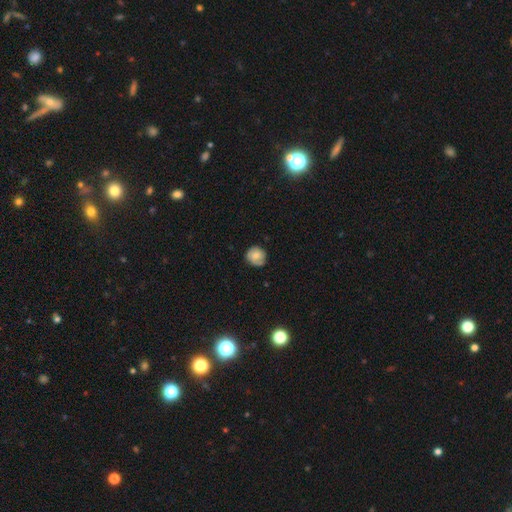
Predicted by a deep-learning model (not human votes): This is possibly a smooth galaxy (58%). How rounded: clearly round (87%). Merging: likely none (70%).